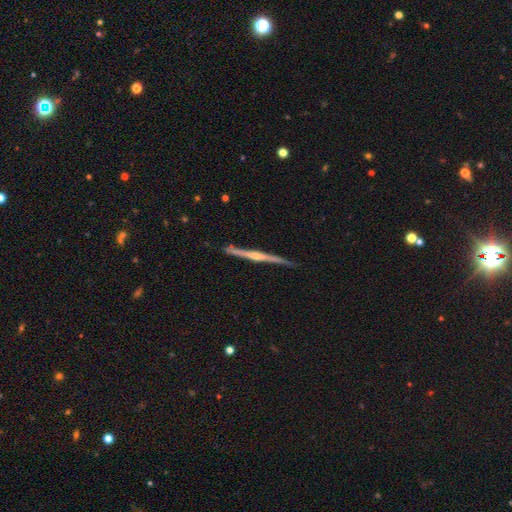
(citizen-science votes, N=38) Overall: featured or disk (89%). Edge-on disk: yes (100%). Edge-on bulge: rounded (88%). Merging: none (83%).